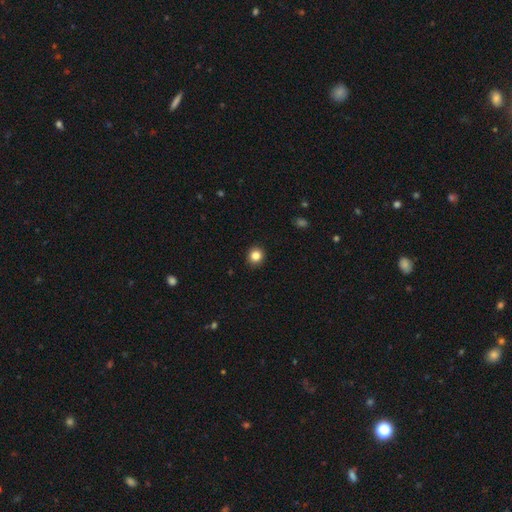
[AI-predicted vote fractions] Smooth or featured: smooth — 84% (star or artifact — 11%)
How rounded: round — 88% (in between — 11%)
Merging: none — 92% (minor disturbance — 5%)